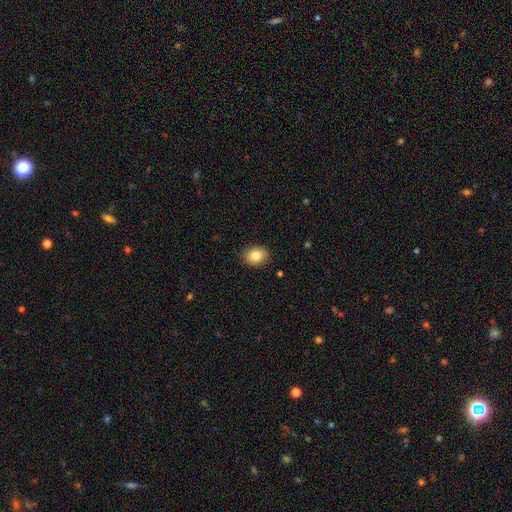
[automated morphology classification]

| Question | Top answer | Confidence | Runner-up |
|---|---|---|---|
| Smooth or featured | smooth | 82% | star or artifact (9%) |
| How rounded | in between | 52% | round (47%) |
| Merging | none | 87% | minor disturbance (9%) |